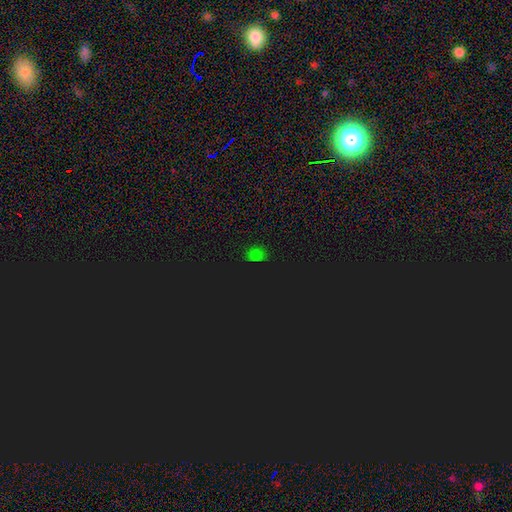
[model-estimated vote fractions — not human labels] star or artifact 48%, smooth 47%, featured or disk 5%.